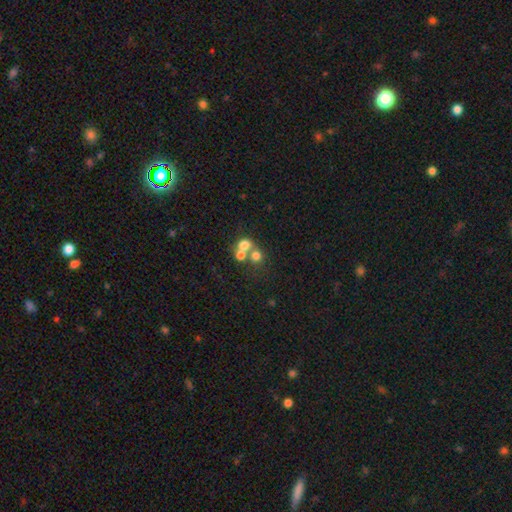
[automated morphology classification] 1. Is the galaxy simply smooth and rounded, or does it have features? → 67% smooth, 17% featured or disk, 15% star or artifact.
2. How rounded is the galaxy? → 79% round, 20% in between, 1% cigar-shaped.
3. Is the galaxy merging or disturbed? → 54% merger, 35% none, 6% minor disturbance, 4% major disturbance.